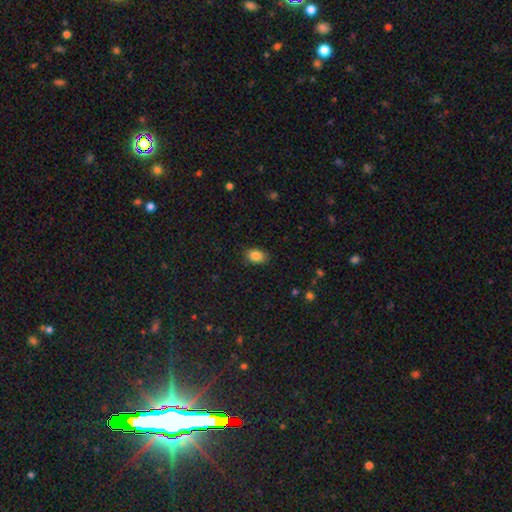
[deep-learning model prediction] Q: Smooth or featured?
A: smooth (86%); runner-up: star or artifact (9%)
Q: How rounded?
A: in between (77%); runner-up: round (21%)
Q: Merging?
A: none (84%); runner-up: minor disturbance (12%)